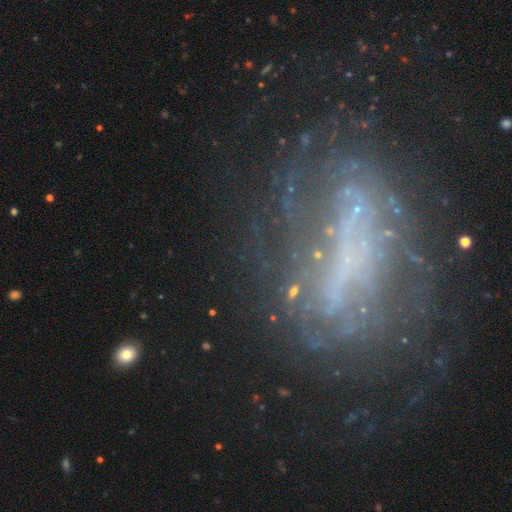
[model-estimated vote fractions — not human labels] A featured or disk galaxy (66%) with no bar (47%), no spiral arms (52%) and no central bulge (68%).

Vote fractions:
- Smooth or featured? featured or disk: 66% / star or artifact: 18% / smooth: 16%
- Edge-on disk? no: 91% / yes: 9%
- Bar? no: 47% / strong: 29% / weak: 23%
- Spiral arms? no: 52% / yes: 48%
- Bulge size? none: 68% / small: 17% / moderate: 8% / large: 5% / dominant: 2%
- Merging? none: 55% / major disturbance: 23% / minor disturbance: 18% / merger: 4%